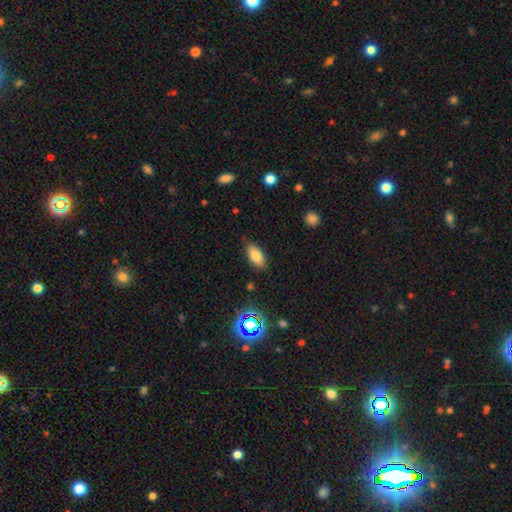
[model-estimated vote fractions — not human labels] Smooth or featured?
  - smooth: 78% *
  - featured or disk: 11%
  - star or artifact: 11%
How rounded?
  - in between: 88% *
  - cigar-shaped: 8%
  - round: 4%
Merging?
  - none: 86% *
  - minor disturbance: 10%
  - major disturbance: 2%
  - merger: 1%